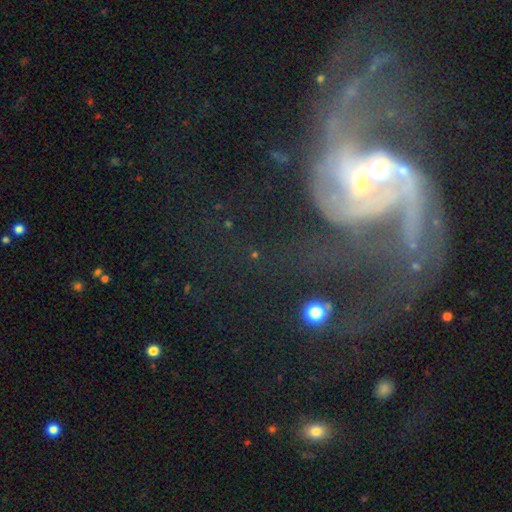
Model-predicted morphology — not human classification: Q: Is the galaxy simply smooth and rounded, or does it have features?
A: featured or disk — 82%.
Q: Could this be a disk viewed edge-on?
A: no — 97%.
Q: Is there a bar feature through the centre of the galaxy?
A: no — 49%.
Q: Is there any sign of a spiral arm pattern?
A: yes — 89%.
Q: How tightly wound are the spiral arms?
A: loose — 52%.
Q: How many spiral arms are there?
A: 2 — 63%.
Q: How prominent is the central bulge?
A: small — 52%.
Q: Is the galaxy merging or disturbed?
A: merger — 40%.